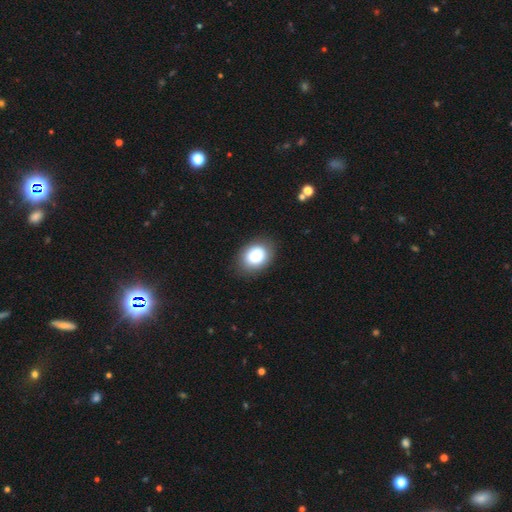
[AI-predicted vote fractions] smooth_or_featured: smooth (p=0.85) [alt: star or artifact p=0.08]
how_rounded: in between (p=0.62) [alt: round p=0.37]
merging: none (p=0.84) [alt: minor disturbance p=0.11]